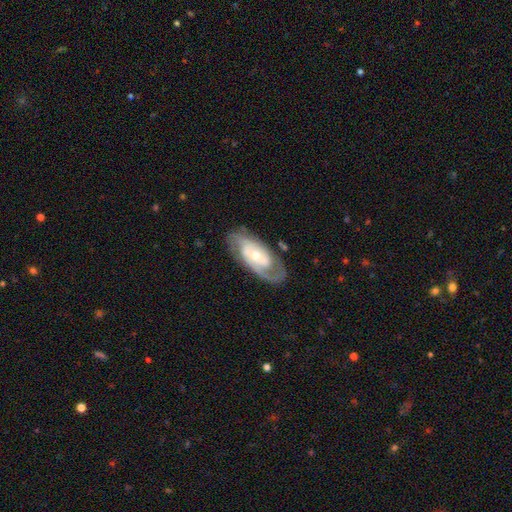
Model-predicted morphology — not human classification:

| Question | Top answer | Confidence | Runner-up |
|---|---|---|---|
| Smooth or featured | featured or disk | 81% | smooth (14%) |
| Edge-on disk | no | 92% | yes (8%) |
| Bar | no | 56% | weak (32%) |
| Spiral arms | yes | 89% | no (11%) |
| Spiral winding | tight | 48% | medium (39%) |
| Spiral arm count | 2 | 67% | can't tell (17%) |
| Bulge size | moderate | 56% | small (39%) |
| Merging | none | 75% | minor disturbance (16%) |